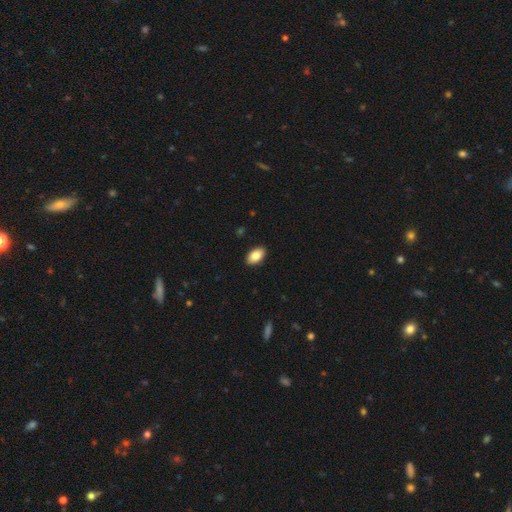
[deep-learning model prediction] A smooth galaxy with no disk features (85%) that is in between round and cigar-shaped (93%). Merging: none (90%).